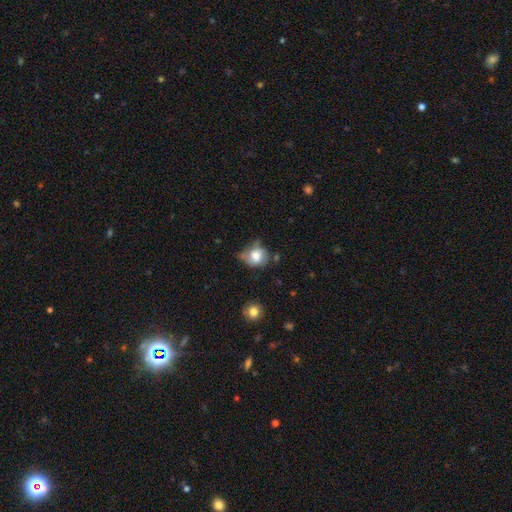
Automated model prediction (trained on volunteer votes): Morphology: type=smooth (67%); roundness=round (61%); merging=none (37%).